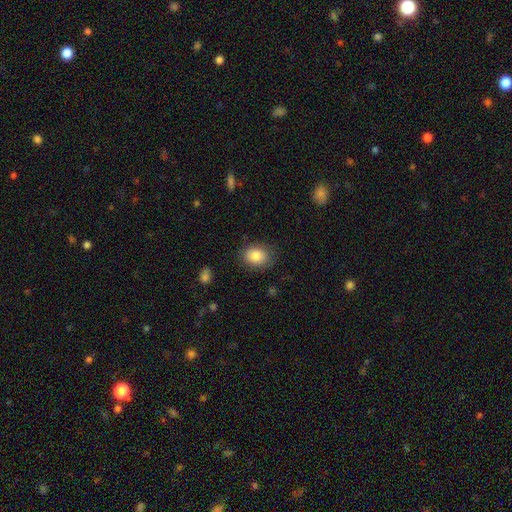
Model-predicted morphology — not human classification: Overall: smooth (83%). How rounded: in between (60%; round 39%). Merging: none (80%).